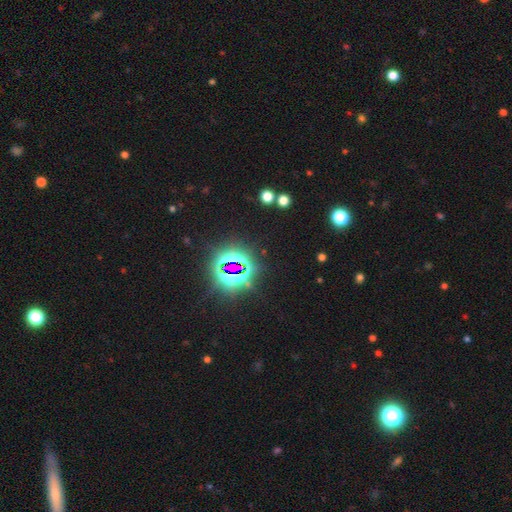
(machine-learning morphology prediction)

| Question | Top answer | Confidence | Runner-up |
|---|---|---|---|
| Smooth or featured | star or artifact | 79% | smooth (12%) |